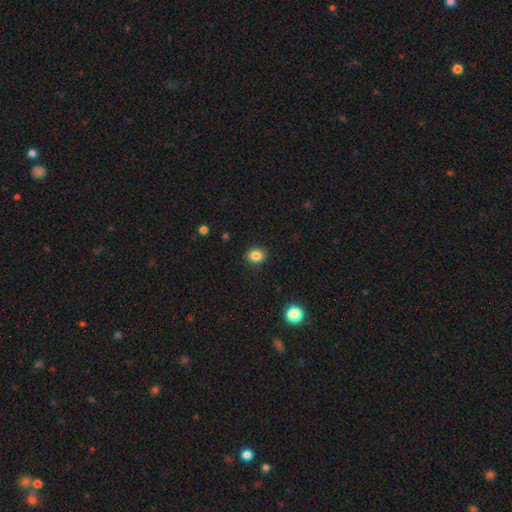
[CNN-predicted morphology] Smooth or featured? smooth (85%)
How rounded? round (57%)
Merging? none (90%)